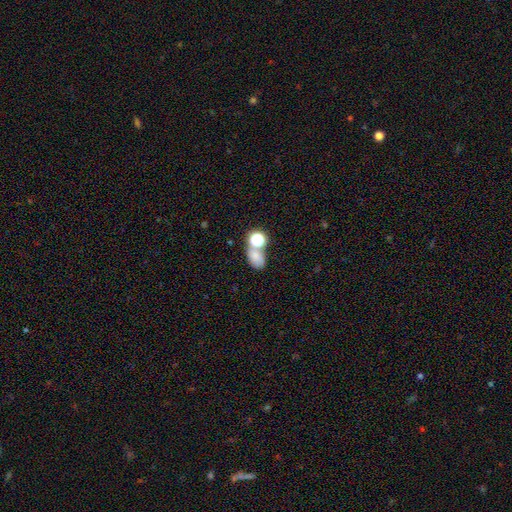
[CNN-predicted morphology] A smooth galaxy with no disk features (70%) that is in between round and cigar-shaped (75%).

Vote fractions:
- Smooth or featured? smooth: 70% / star or artifact: 18% / featured or disk: 12%
- How rounded? in between: 75% / round: 24% / cigar-shaped: 2%
- Merging? none: 43% / merger: 37% / minor disturbance: 13% / major disturbance: 7%